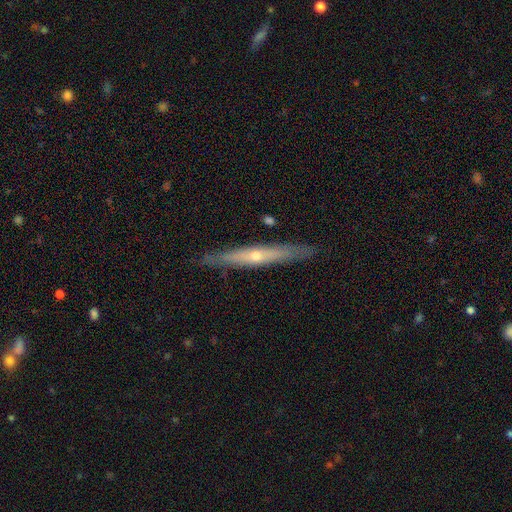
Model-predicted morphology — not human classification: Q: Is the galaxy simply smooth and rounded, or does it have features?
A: featured or disk — 66%.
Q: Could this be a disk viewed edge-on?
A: yes — 93%.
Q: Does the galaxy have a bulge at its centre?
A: rounded — 73%.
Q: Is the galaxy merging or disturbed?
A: none — 88%.